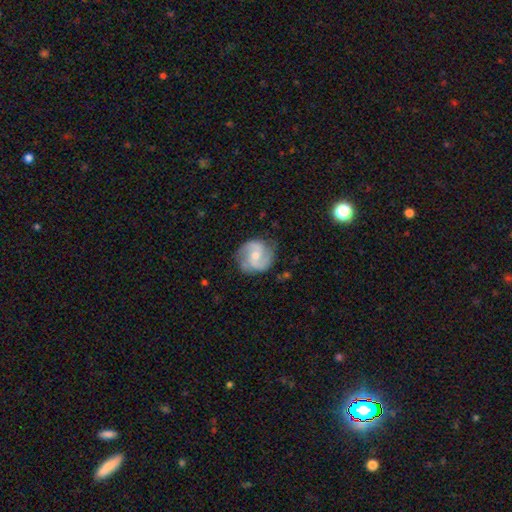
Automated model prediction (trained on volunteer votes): This is likely a featured or disk galaxy (78%). It is clearly not viewed edge-on (98%). Bar: possibly weak (46%). Spiral arm pattern: clearly yes (94%). Spiral arm count: clearly 2 (89%). Spiral winding: possibly medium (53%). Central bulge: possibly moderate (53%). Merging: likely none (78%).